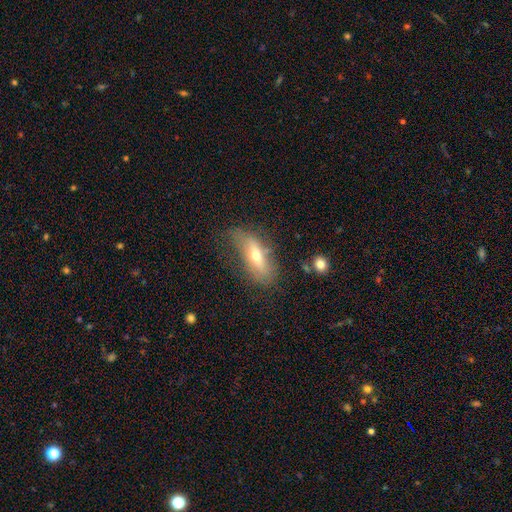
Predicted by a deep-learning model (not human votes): This is possibly a smooth galaxy (47%). Merging: possibly none (57%).